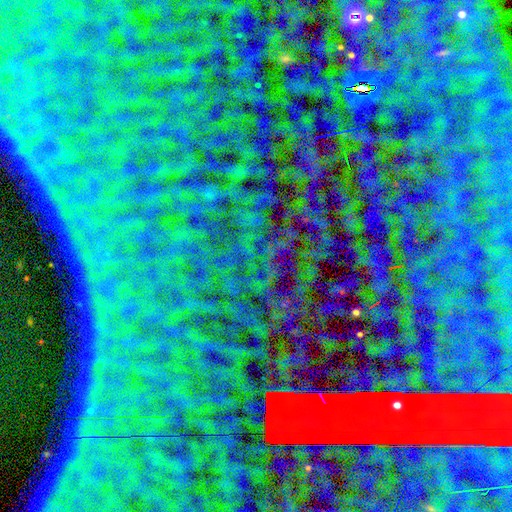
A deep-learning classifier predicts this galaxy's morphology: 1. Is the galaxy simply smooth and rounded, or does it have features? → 85% star or artifact, 8% smooth, 7% featured or disk.